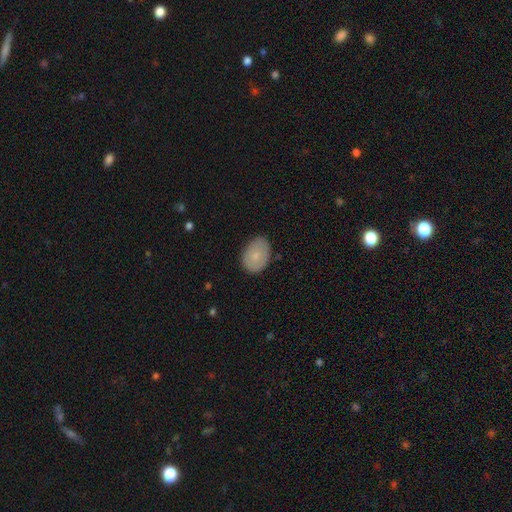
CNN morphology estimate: This appears to be a smooth galaxy with no disk features (76%) that is in between round and cigar-shaped (76%). Merging: none (79%).